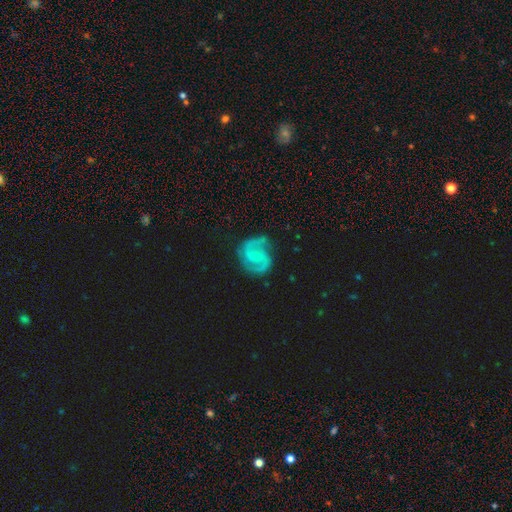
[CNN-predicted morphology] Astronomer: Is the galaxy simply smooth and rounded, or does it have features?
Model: featured or disk — 89%.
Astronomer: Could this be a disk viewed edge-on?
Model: no — 98%.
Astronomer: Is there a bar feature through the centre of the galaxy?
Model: no — 47% (runner-up: weak, 43%).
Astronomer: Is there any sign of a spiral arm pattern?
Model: yes — 98%.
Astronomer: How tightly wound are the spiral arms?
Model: medium — 60%.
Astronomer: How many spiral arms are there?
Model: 2 — 93%.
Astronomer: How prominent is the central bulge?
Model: small — 53% (runner-up: none, 32%).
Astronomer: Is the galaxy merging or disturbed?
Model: none — 78%.